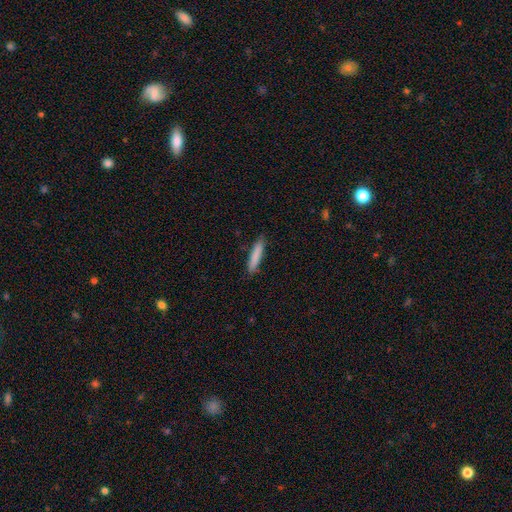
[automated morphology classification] This appears to be a smooth galaxy with no disk features (84%) that is cigar-shaped (90%). Merging: none (87%).